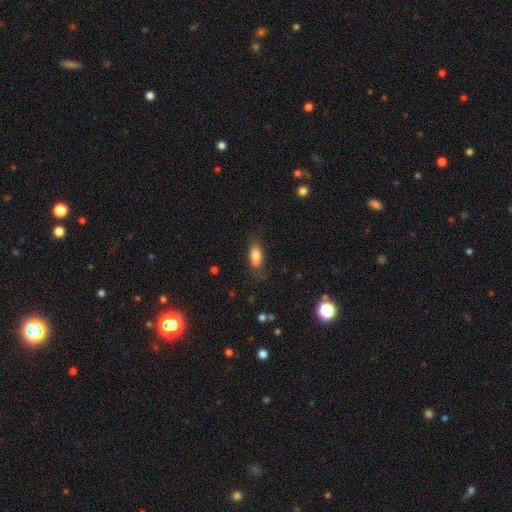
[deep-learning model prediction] Overall: smooth (77%). How rounded: in between (78%). Merging: none (59%; minor disturbance 21%).